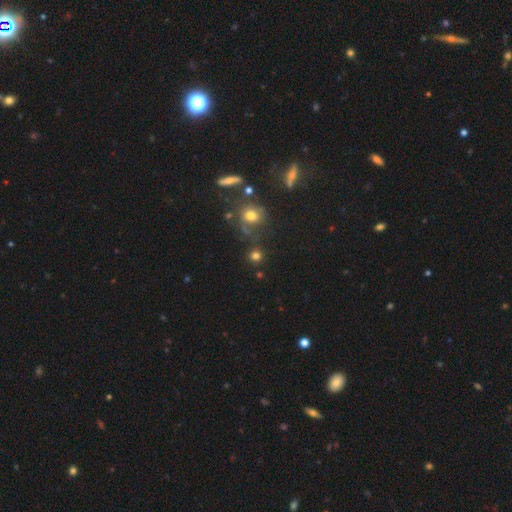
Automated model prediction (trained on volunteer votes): Smooth or featured? Predicted: smooth (p=0.76). How rounded? Predicted: round (p=0.91). Merging? Predicted: none (p=0.78).